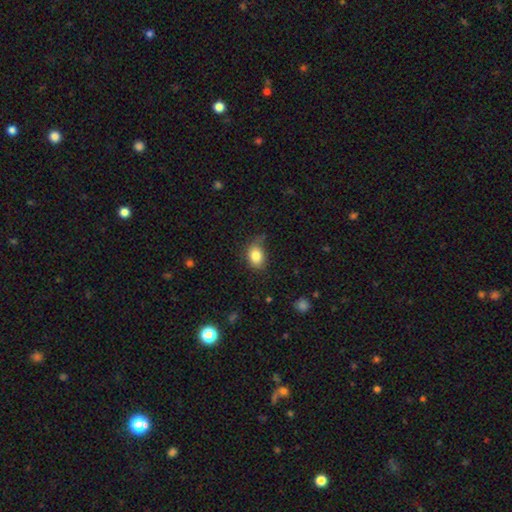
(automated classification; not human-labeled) Smooth or featured? Predicted: smooth (p=0.83). How rounded? Predicted: in between (p=0.71). Merging? Predicted: none (p=0.65).